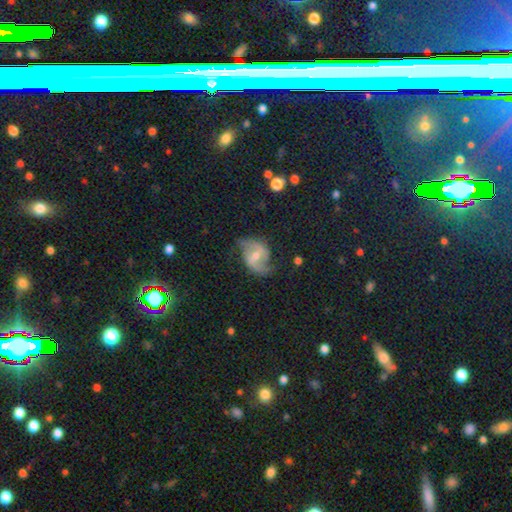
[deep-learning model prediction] This appears to be a featured or disk galaxy (68%) with a weak bar (48%), 2 (89%) loose (45%) spiral arms (89%) and a moderate central bulge (54%). Merging: none (69%).